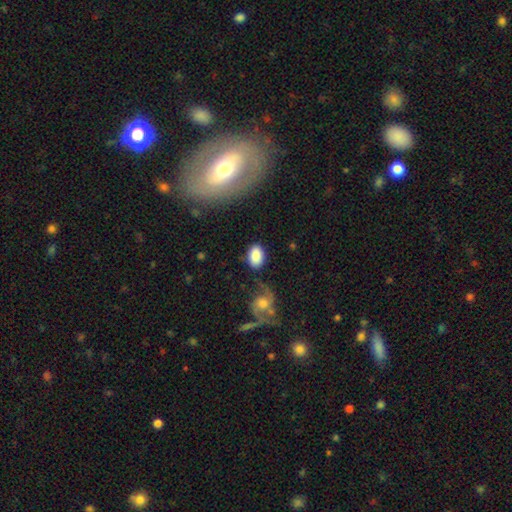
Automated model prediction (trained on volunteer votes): Q: Smooth or featured?
A: smooth (84%); runner-up: featured or disk (9%)
Q: How rounded?
A: in between (83%); runner-up: round (16%)
Q: Merging?
A: none (68%); runner-up: minor disturbance (18%)